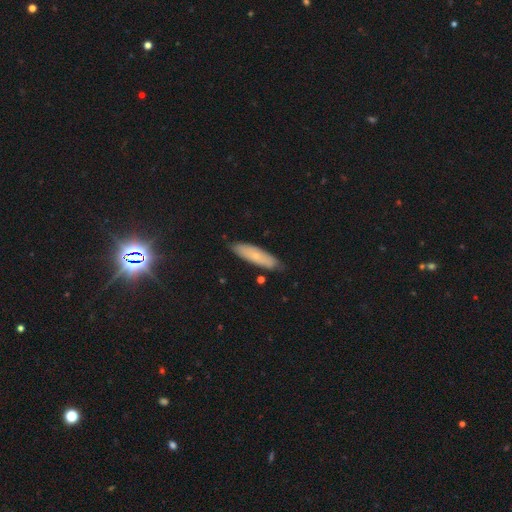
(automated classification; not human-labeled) Smooth or featured? Predicted: smooth (p=0.64). How rounded? Predicted: cigar-shaped (p=0.62). Merging? Predicted: none (p=0.82).